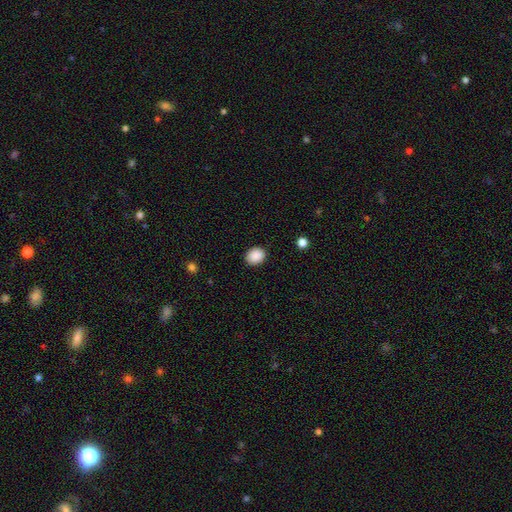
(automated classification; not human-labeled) A smooth galaxy with no disk features (89%) that is round (51%). Merging: none (88%).